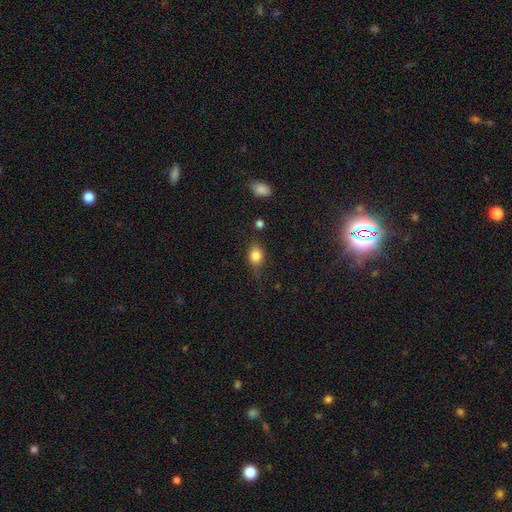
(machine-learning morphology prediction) type=smooth (82%); roundness=in between (57%); merging=none (69%).